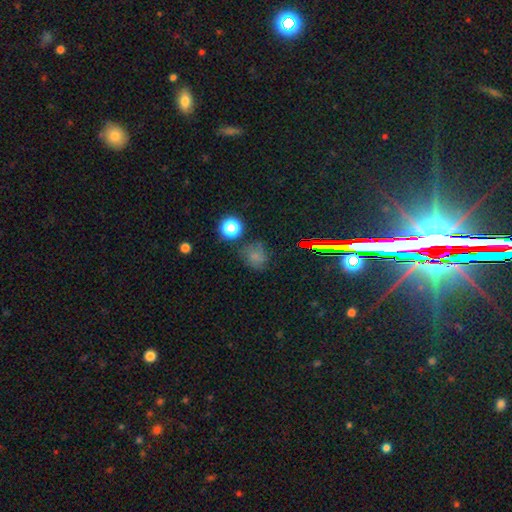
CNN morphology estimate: This appears to be a smooth galaxy with no disk features (62%) that is round (78%). Merging: none (66%).